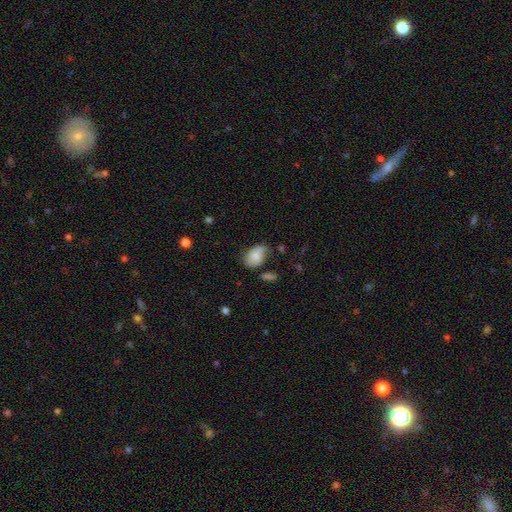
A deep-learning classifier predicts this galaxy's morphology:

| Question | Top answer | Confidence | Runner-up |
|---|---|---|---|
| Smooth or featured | smooth | 72% | featured or disk (20%) |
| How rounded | in between | 80% | round (19%) |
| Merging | none | 43% | minor disturbance (35%) |